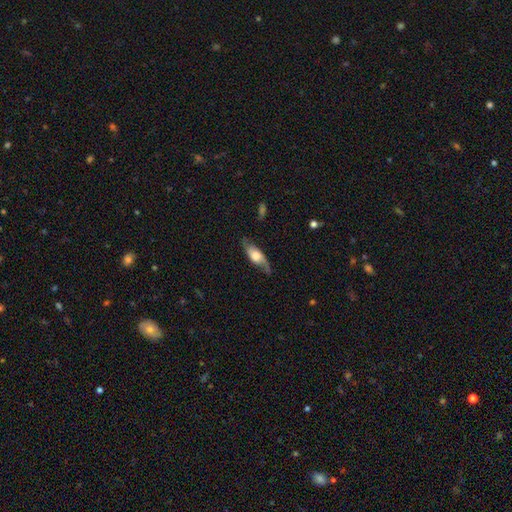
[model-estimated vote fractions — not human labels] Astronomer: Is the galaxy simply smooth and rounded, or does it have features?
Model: featured or disk — 61%.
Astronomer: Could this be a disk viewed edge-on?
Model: no — 67%.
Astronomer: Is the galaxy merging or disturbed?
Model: none — 69%.